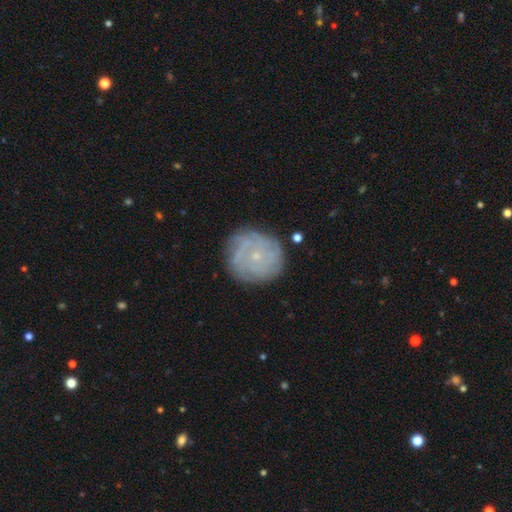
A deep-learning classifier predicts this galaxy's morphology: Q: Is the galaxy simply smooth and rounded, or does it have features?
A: featured or disk — 67%.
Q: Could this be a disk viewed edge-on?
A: no — 97%.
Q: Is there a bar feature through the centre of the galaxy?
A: no — 83%.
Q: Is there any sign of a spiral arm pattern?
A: yes — 85%.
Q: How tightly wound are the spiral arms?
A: tight — 72%.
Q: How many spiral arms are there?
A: can't tell — 44%.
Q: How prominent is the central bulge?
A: small — 85%.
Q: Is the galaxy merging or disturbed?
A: none — 79%.